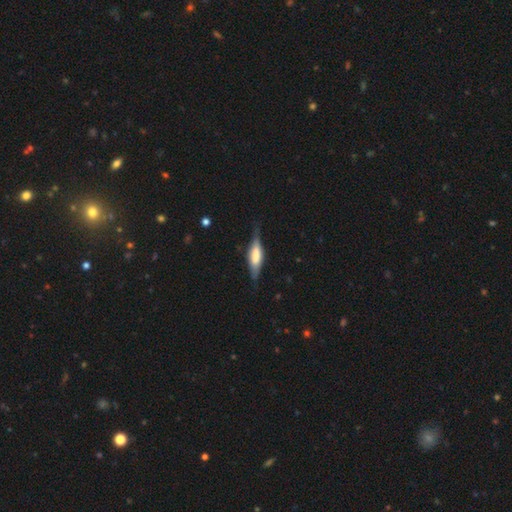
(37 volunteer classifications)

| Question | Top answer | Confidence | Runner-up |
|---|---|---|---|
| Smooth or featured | featured or disk | 54% | smooth (46%) |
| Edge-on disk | yes | 100% | — |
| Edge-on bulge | rounded | 50% | boxy (45%) |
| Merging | none | 84% | minor disturbance (16%) |